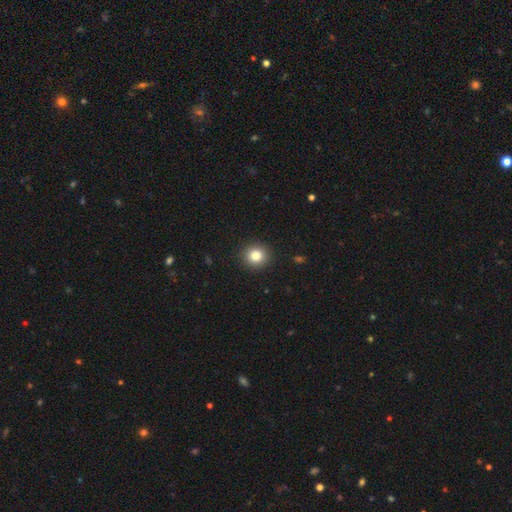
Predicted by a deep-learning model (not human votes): Smooth or featured? smooth (82%)
How rounded? round (90%)
Merging? none (92%)